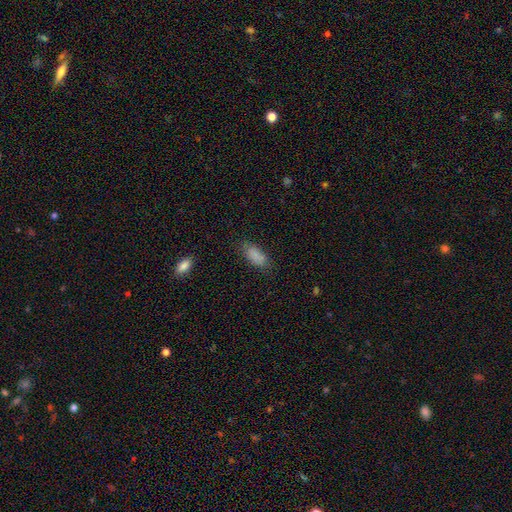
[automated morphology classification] smooth_or_featured: smooth (p=0.86) [alt: star or artifact p=0.09]
how_rounded: in between (p=0.87) [alt: cigar-shaped p=0.10]
merging: none (p=0.75) [alt: minor disturbance p=0.18]